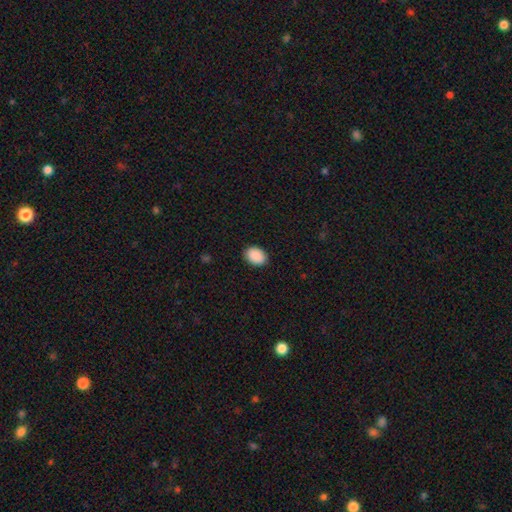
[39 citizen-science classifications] Smooth or featured?
  - smooth: 95% *
  - featured or disk: 5%
  - star or artifact: 0%
How rounded?
  - in between: 59% *
  - round: 41%
  - cigar-shaped: 0%
Merging?
  - none: 82% *
  - minor disturbance: 10%
  - major disturbance: 5%
  - merger: 3%